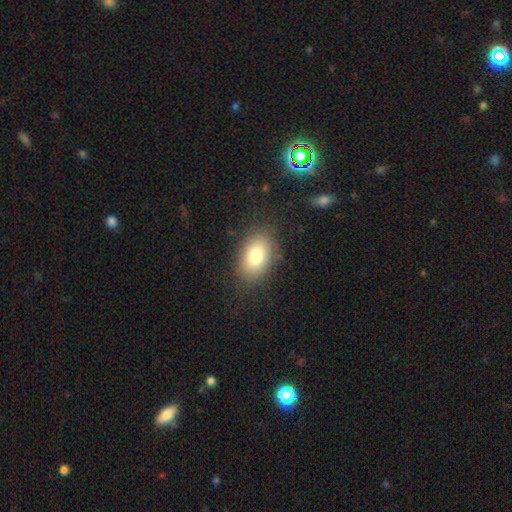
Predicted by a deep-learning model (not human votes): smooth-or-featured: smooth: 79% | featured or disk: 12% | star or artifact: 9%
  how-rounded: in between: 88% | round: 11% | cigar-shaped: 1%
  merging: none: 82% | minor disturbance: 12% | major disturbance: 5% | merger: 1%